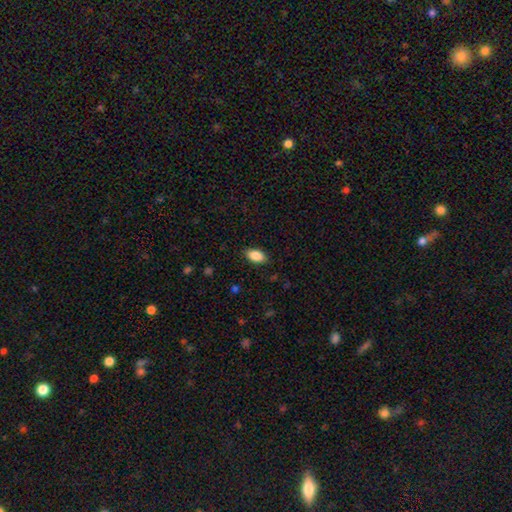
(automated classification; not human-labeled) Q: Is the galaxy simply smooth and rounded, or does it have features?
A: smooth — 87%.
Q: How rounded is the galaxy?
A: in between — 92%.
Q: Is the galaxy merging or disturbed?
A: none — 87%.